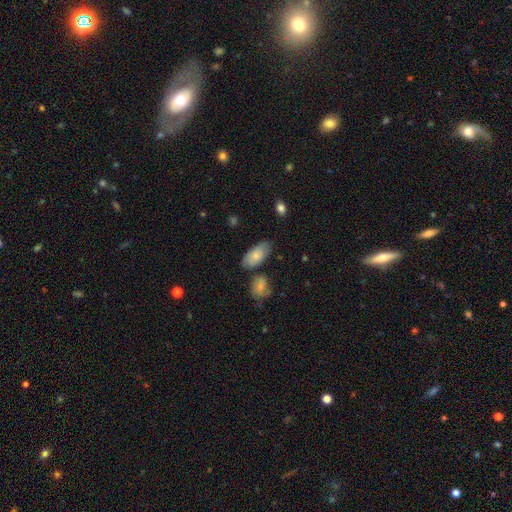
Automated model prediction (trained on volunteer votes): This appears to be a smooth galaxy with no disk features (79%) that is in between round and cigar-shaped (92%). Merging: none (64%).